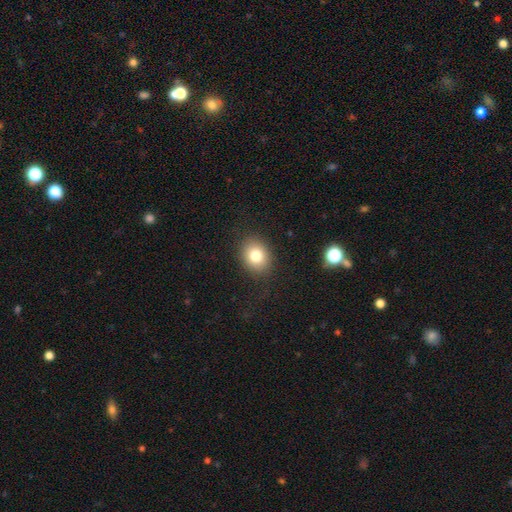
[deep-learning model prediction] smooth_or_featured: smooth (p=0.79) [alt: star or artifact p=0.11]
how_rounded: round (p=0.55) [alt: in between p=0.44]
merging: none (p=0.86) [alt: minor disturbance p=0.09]